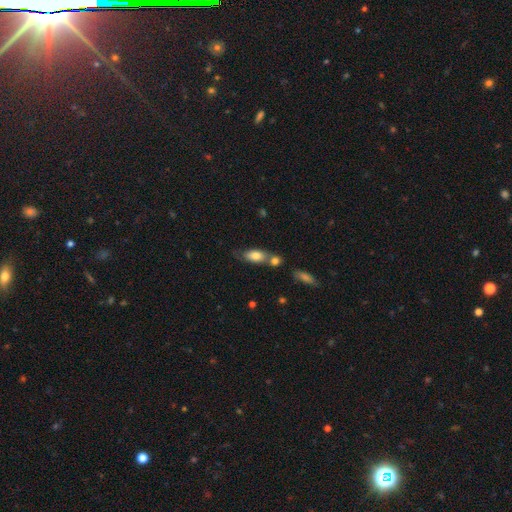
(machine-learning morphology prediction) Overall: smooth (74%). How rounded: in between (83%). Merging: none (44%; merger 35%).